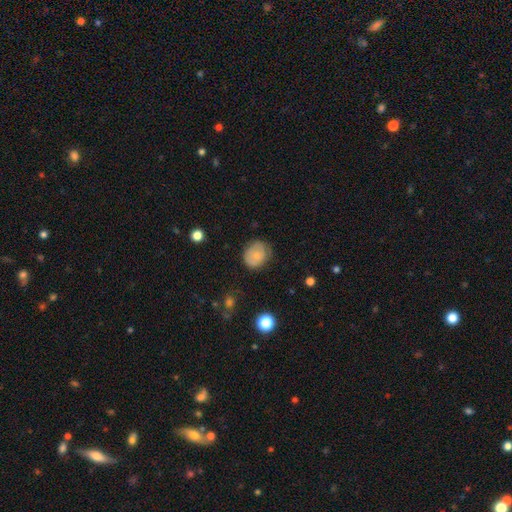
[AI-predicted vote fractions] smooth-or-featured: smooth: 76% | featured or disk: 16% | star or artifact: 8%
  how-rounded: round: 57% | in between: 42% | cigar-shaped: 1%
  merging: none: 68% | minor disturbance: 24% | major disturbance: 7% | merger: 1%